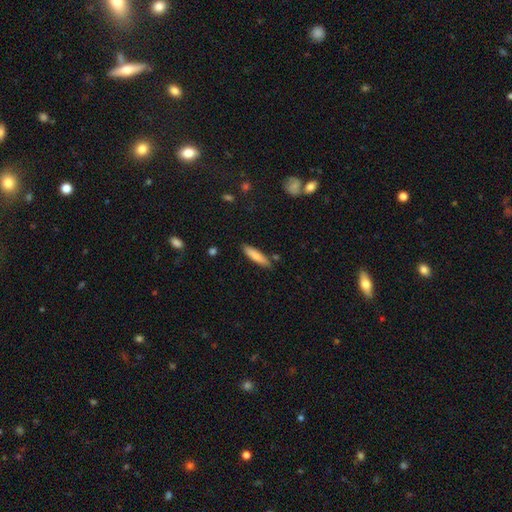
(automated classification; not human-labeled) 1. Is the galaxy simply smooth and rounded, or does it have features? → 80% smooth, 14% featured or disk, 6% star or artifact.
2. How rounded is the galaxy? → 76% cigar-shaped, 23% in between, 1% round.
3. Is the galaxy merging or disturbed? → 82% none, 13% minor disturbance, 3% merger, 2% major disturbance.